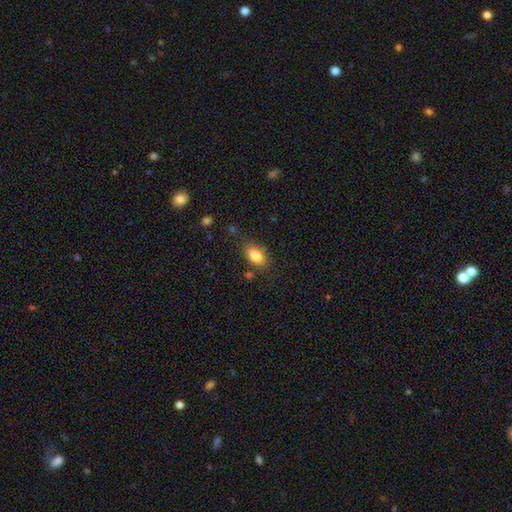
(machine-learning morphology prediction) Smooth or featured? smooth (83%)
How rounded? in between (87%)
Merging? none (76%)